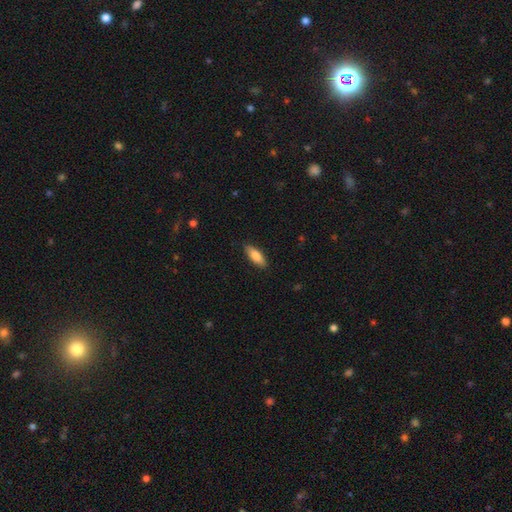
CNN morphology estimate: Overall: smooth (81%). How rounded: in between (68%; cigar-shaped 30%). Merging: none (88%).